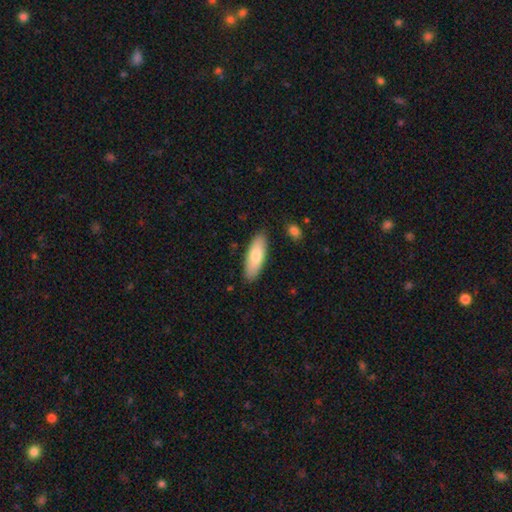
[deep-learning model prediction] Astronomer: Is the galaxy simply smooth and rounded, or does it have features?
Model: smooth — 75%.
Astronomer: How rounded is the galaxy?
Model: in between — 65%.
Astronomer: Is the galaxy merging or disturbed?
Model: none — 87%.